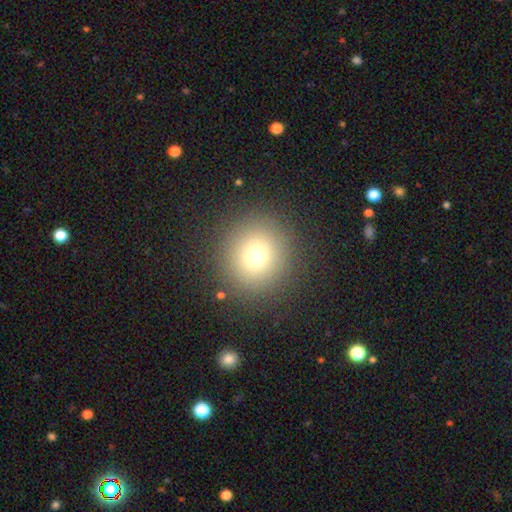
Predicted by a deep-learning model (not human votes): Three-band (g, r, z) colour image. It shows a smooth galaxy with no disk features (73%) that is round (92%). Merging: none (89%).